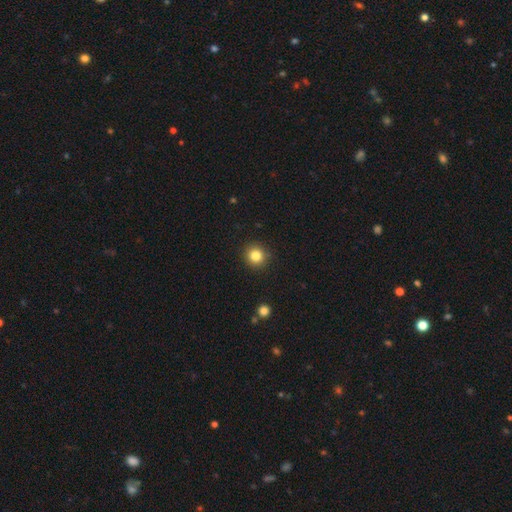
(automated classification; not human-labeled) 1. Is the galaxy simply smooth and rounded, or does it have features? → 83% smooth, 11% star or artifact, 6% featured or disk.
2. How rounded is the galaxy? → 94% round, 5% in between, 1% cigar-shaped.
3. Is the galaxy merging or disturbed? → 91% none, 6% minor disturbance, 2% major disturbance, 1% merger.